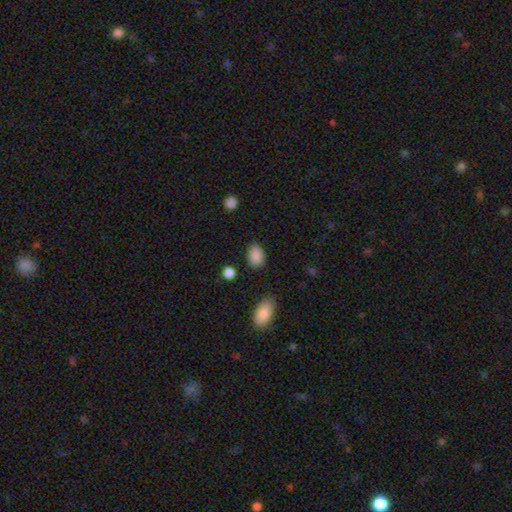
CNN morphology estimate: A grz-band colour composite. It shows a smooth galaxy with no disk features (88%) that is in between round and cigar-shaped (78%). Merging: none (78%).